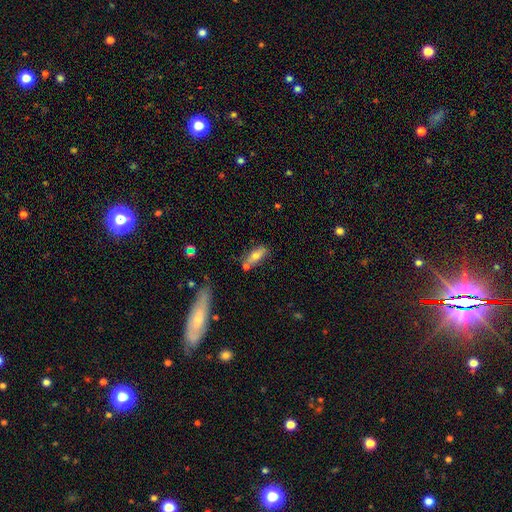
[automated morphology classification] This appears to be a smooth galaxy with no disk features (69%) that is in between round and cigar-shaped (68%). Merging: none (60%).